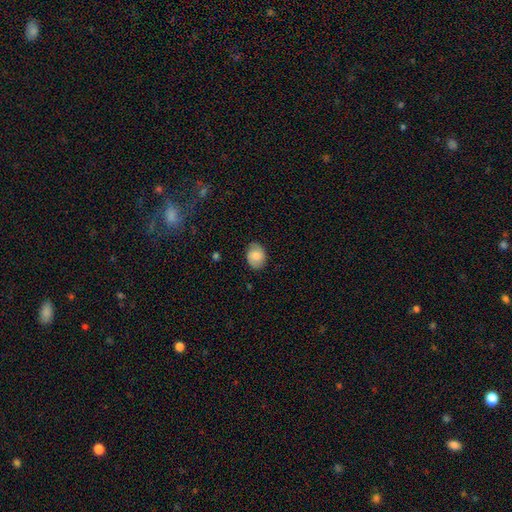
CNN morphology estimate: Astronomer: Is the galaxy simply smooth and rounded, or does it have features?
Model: smooth — 70%.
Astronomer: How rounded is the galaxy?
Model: in between — 57% (runner-up: round, 42%).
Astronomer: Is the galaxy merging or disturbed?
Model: none — 82%.